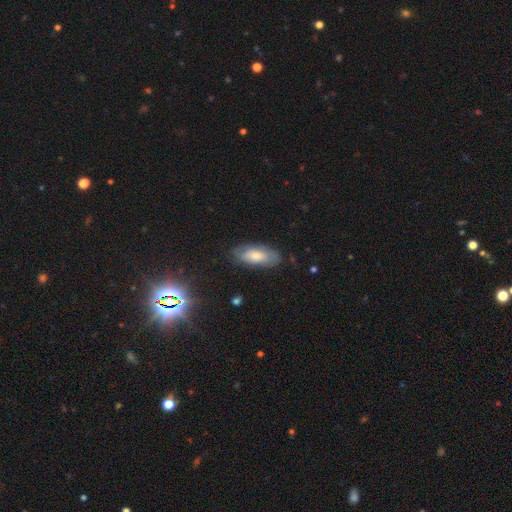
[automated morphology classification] Smooth or featured: smooth — 66% (featured or disk — 27%)
How rounded: in between — 82% (cigar-shaped — 16%)
Merging: none — 77% (minor disturbance — 17%)